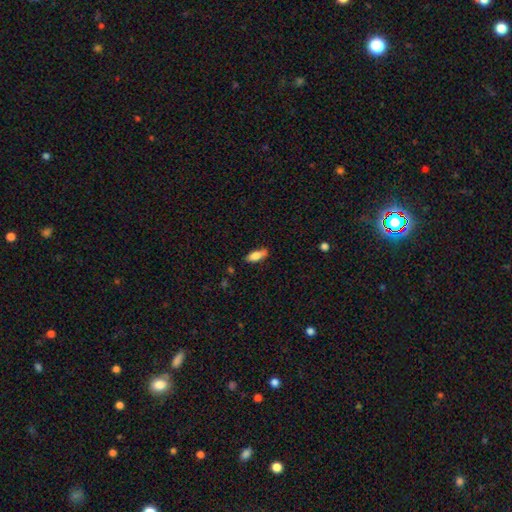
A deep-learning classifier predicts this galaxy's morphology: This is likely a smooth galaxy (78%). How rounded: likely in between (69%). Merging: likely none (76%).